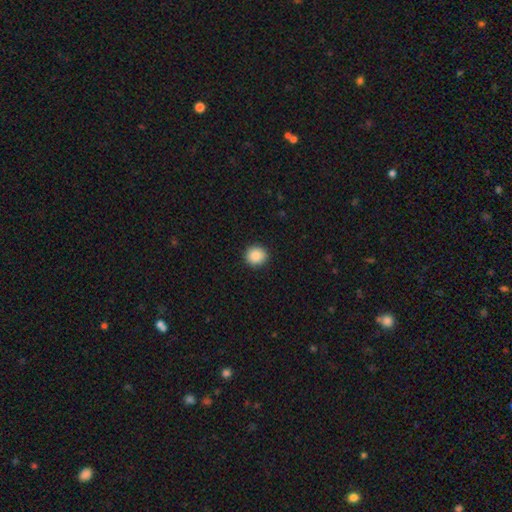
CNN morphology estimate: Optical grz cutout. It shows a smooth galaxy with no disk features (89%) that is round (90%). Merging: none (92%).